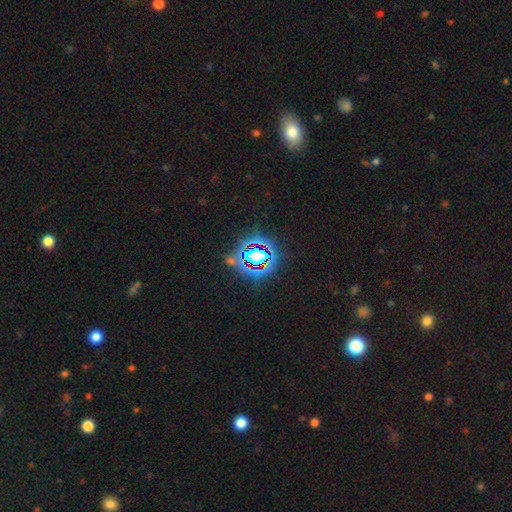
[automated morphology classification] star or artifact 68%, smooth 20%, featured or disk 12%.